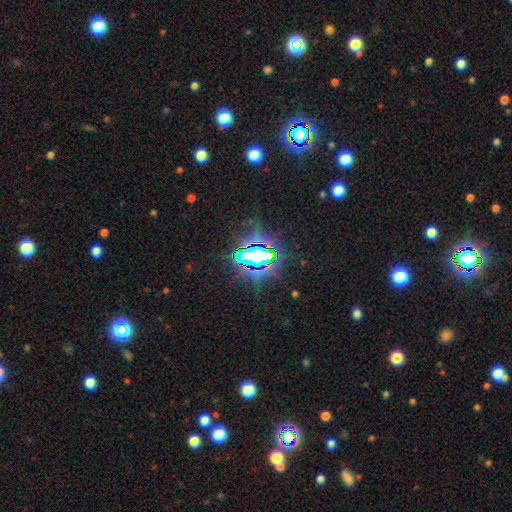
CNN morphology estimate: A star or artifact, not a galaxy (75%).

Vote fractions:
- Smooth or featured? star or artifact: 75% / featured or disk: 12% / smooth: 12%